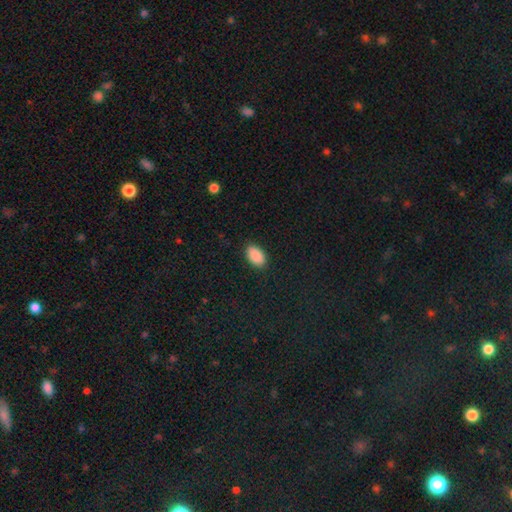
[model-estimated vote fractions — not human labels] The model was most divided on "merging": none: 88%, minor disturbance: 9%, major disturbance: 2%, merger: 1%. More confident: how rounded — in between (93%); smooth or featured — smooth (90%).